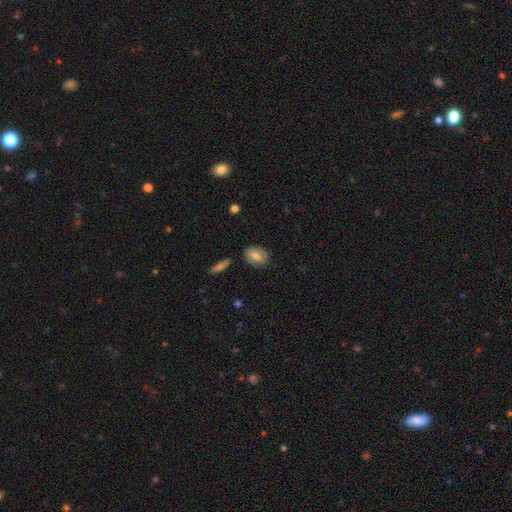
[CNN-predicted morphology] smooth 66%, featured or disk 27%, star or artifact 7%. Down the decision tree: how rounded — in between (69%); merging — none (81%).